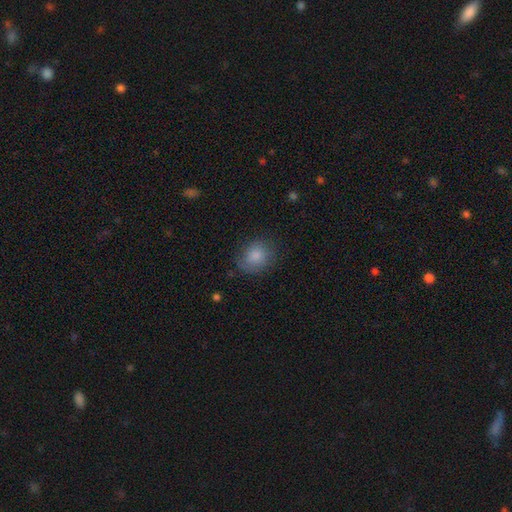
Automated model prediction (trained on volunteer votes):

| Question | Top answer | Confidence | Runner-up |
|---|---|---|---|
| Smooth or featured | smooth | 82% | featured or disk (10%) |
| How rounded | round | 67% | in between (32%) |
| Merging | none | 69% | minor disturbance (22%) |